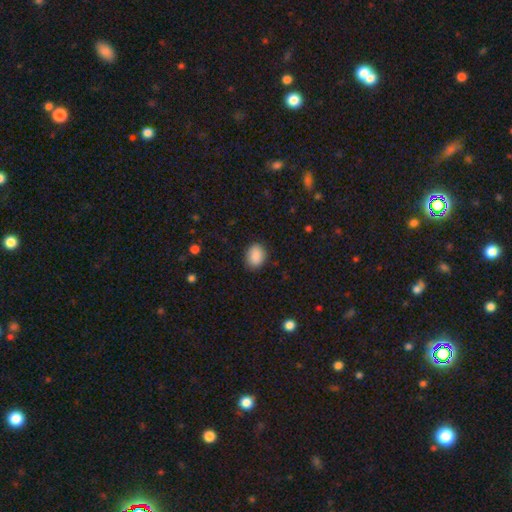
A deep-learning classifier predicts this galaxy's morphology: smooth_or_featured: smooth (p=0.89) [alt: star or artifact p=0.08]
how_rounded: in between (p=0.68) [alt: round p=0.31]
merging: none (p=0.87) [alt: minor disturbance p=0.10]